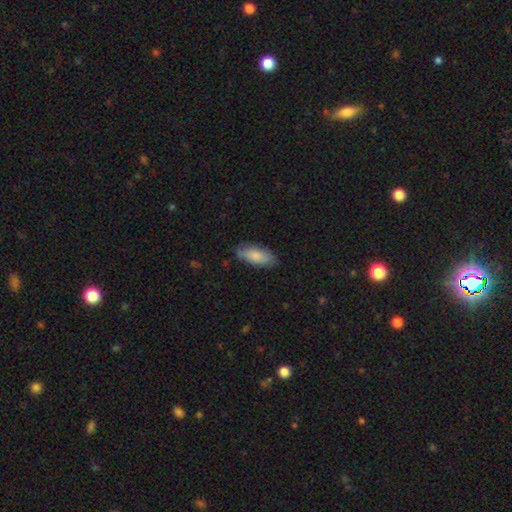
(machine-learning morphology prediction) This is clearly a smooth galaxy (82%). How rounded: clearly in between (82%). Merging: likely none (79%).